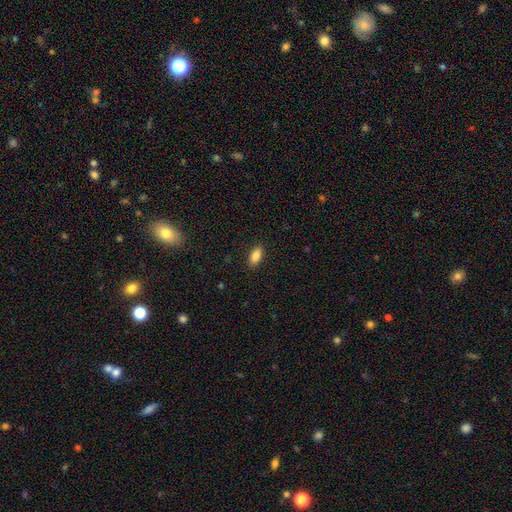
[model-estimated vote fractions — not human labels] Smooth or featured: smooth — 85% (star or artifact — 8%)
How rounded: in between — 89% (cigar-shaped — 7%)
Merging: none — 89% (minor disturbance — 8%)